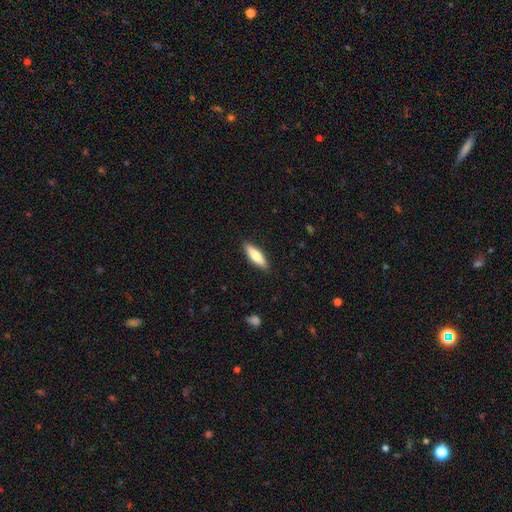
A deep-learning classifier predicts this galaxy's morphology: This is likely a smooth galaxy (73%). How rounded: possibly cigar-shaped (56%). Merging: clearly none (89%).